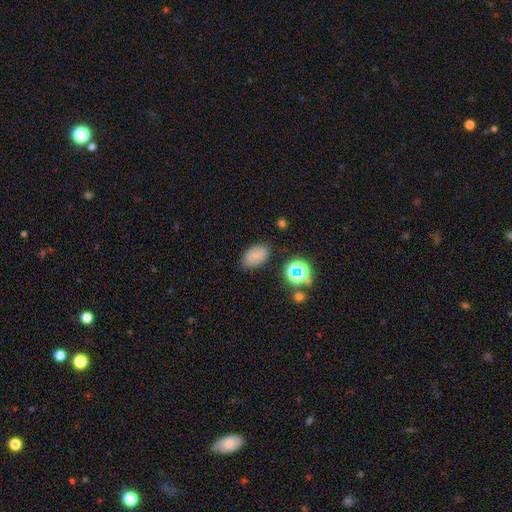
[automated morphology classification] Smooth or featured? smooth (72%)
How rounded? in between (88%)
Merging? none (81%)